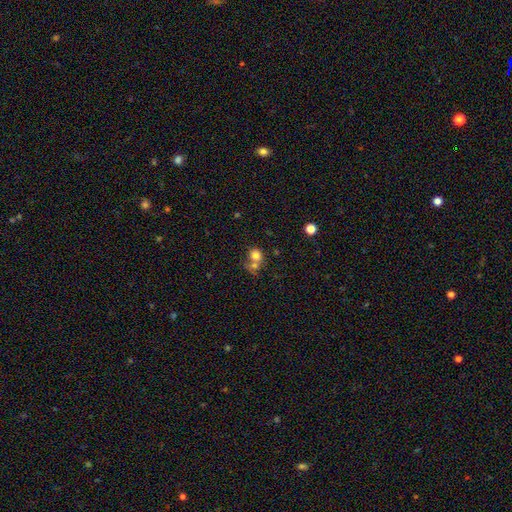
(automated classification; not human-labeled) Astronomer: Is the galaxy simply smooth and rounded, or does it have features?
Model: smooth — 75%.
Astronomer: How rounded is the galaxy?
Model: round — 76%.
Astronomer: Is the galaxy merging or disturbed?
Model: merger — 51% (runner-up: none, 34%).